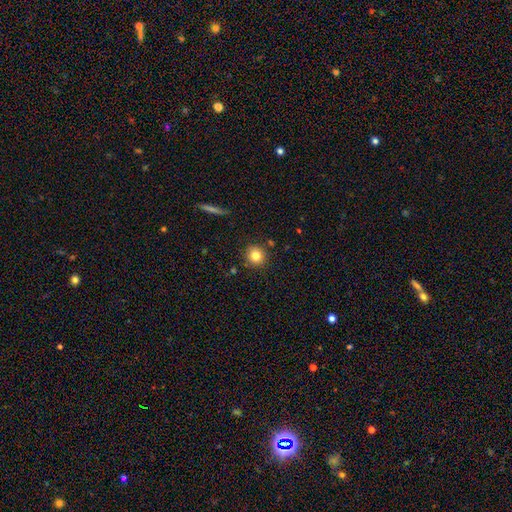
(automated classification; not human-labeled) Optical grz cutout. It shows a smooth galaxy with no disk features (81%) that is round (92%). Merging: none (87%).